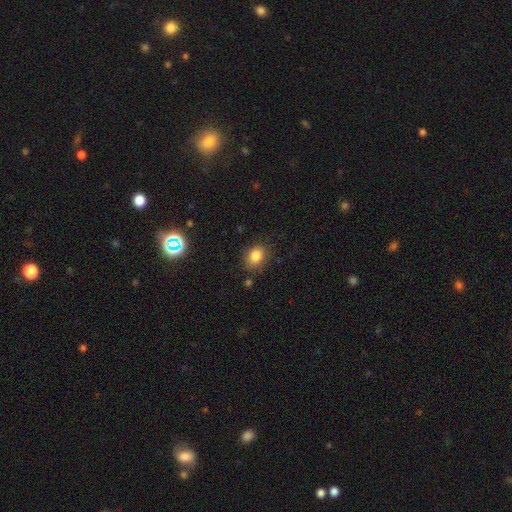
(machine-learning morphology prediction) smooth-or-featured: smooth: 83% | star or artifact: 11% | featured or disk: 7%
  how-rounded: in between: 61% | round: 38% | cigar-shaped: 1%
  merging: none: 80% | minor disturbance: 14% | major disturbance: 3% | merger: 2%